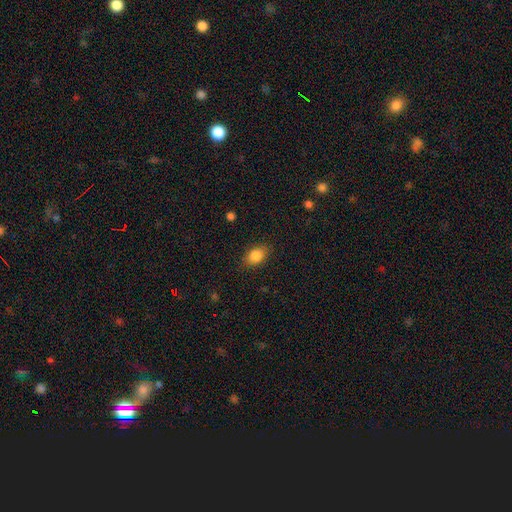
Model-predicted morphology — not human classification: smooth 86%, star or artifact 9%, featured or disk 6%. Down the decision tree: how rounded — in between (78%); merging — none (85%).